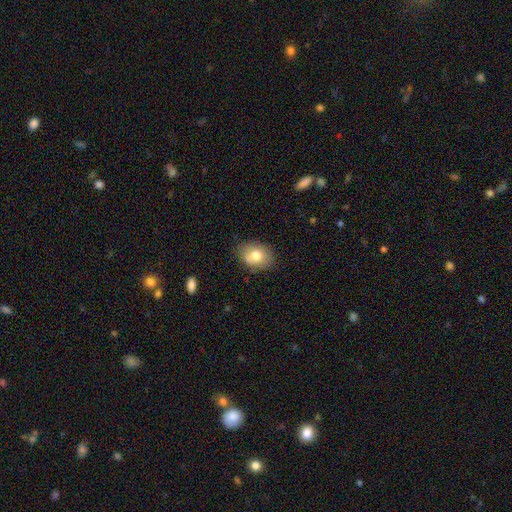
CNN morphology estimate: Overall: smooth (76%). How rounded: in between (71%). Merging: none (77%).